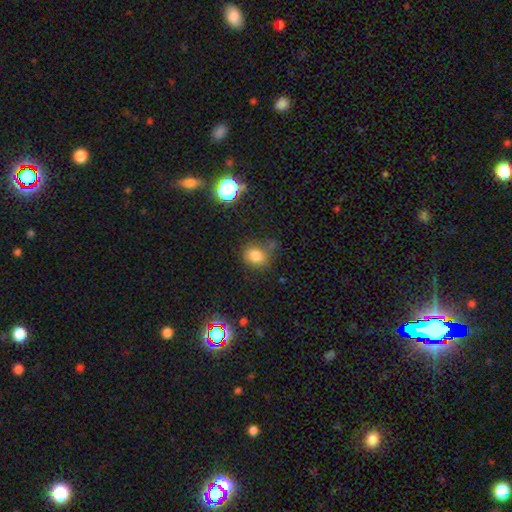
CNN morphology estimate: A smooth galaxy with no disk features (78%) that is round (59%). Merging: none (65%).